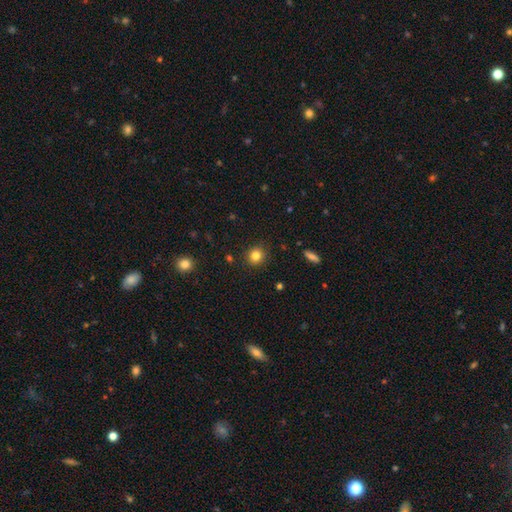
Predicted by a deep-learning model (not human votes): Overall: smooth (82%). How rounded: round (88%). Merging: none (89%).